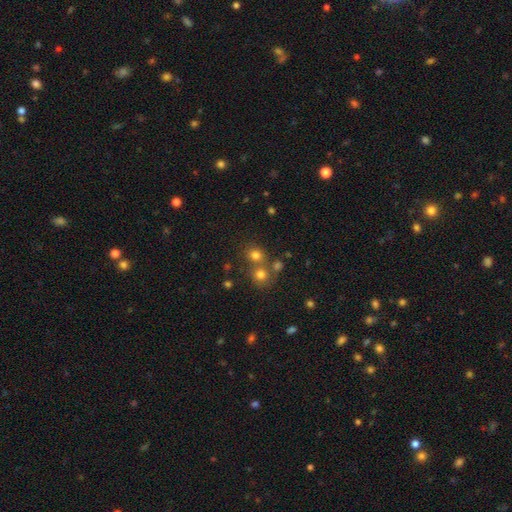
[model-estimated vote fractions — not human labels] A smooth galaxy with no disk features (72%) that is round (84%).

Vote fractions:
- Smooth or featured? smooth: 72% / star or artifact: 20% / featured or disk: 8%
- How rounded? round: 84% / in between: 15% / cigar-shaped: 1%
- Merging? none: 59% / merger: 31% / minor disturbance: 7% / major disturbance: 3%